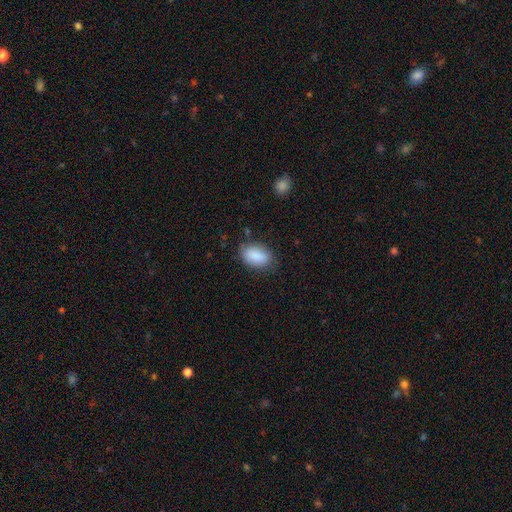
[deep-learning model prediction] Smooth or featured: smooth — 88% (star or artifact — 7%)
How rounded: in between — 90% (round — 8%)
Merging: none — 77% (minor disturbance — 17%)